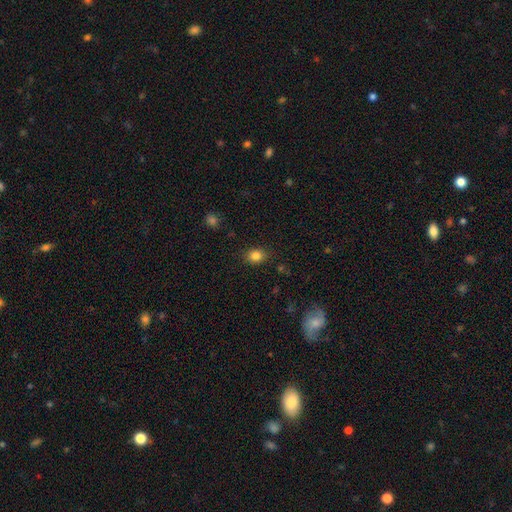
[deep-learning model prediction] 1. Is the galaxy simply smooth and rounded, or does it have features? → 83% smooth, 11% star or artifact, 6% featured or disk.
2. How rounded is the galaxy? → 49% round (tied), 49% in between (tied), 1% cigar-shaped.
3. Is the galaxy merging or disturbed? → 86% none, 10% minor disturbance, 3% major disturbance, 1% merger.